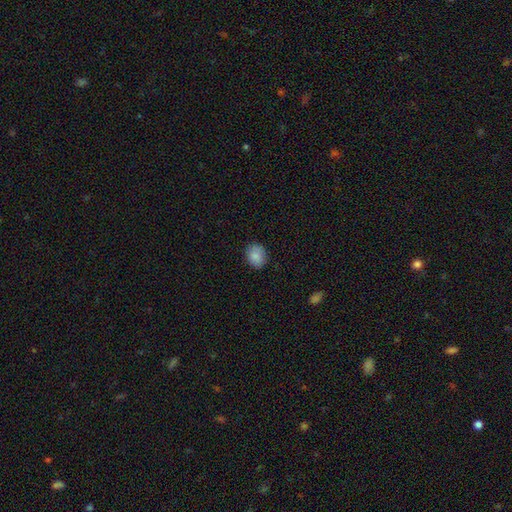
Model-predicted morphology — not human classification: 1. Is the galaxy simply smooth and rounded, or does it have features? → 87% smooth, 8% star or artifact, 5% featured or disk.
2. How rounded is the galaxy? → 52% in between, 47% round, 1% cigar-shaped.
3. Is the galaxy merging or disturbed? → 84% none, 12% minor disturbance, 3% major disturbance, 1% merger.